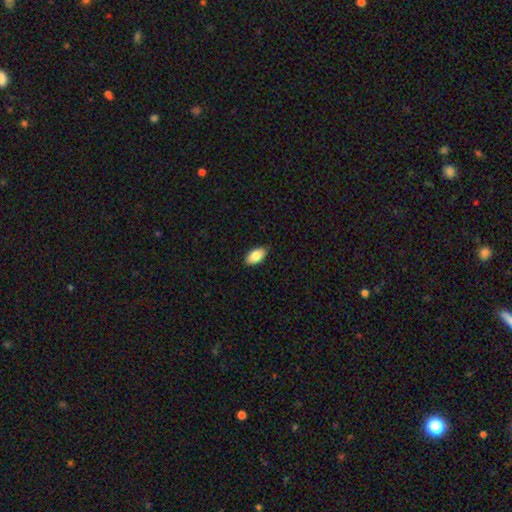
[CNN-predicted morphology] Smooth or featured? Predicted: smooth (p=0.85). How rounded? Predicted: in between (p=0.94). Merging? Predicted: none (p=0.87).